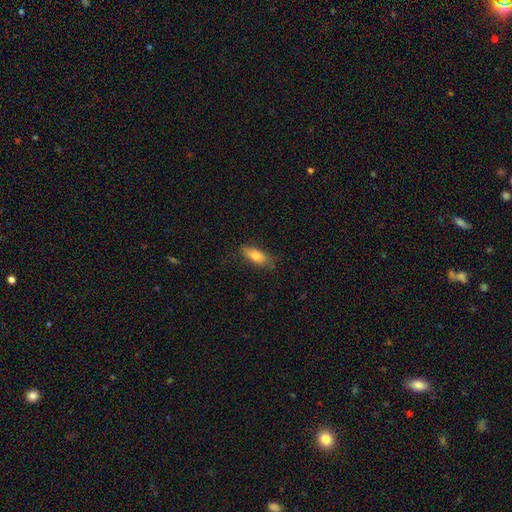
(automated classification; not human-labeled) Smooth or featured: smooth — 79% (featured or disk — 14%)
How rounded: in between — 71% (cigar-shaped — 27%)
Merging: none — 78% (minor disturbance — 17%)